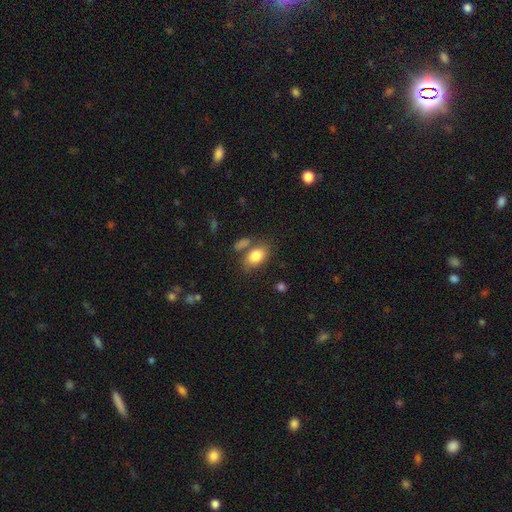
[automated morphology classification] Overall: smooth (82%). How rounded: in between (86%). Merging: none (62%).